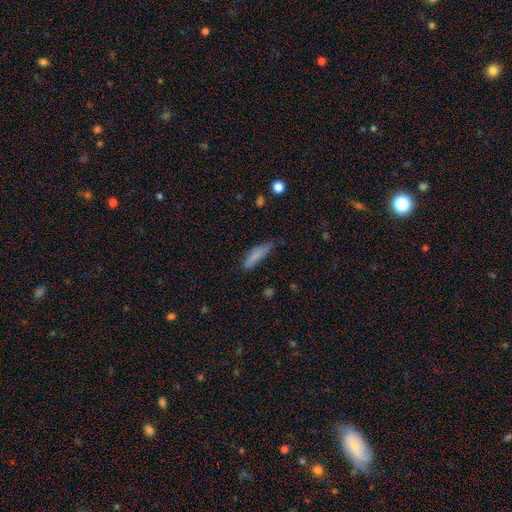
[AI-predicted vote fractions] Morphology: type=smooth (80%); roundness=cigar-shaped (66%); merging=none (58%).